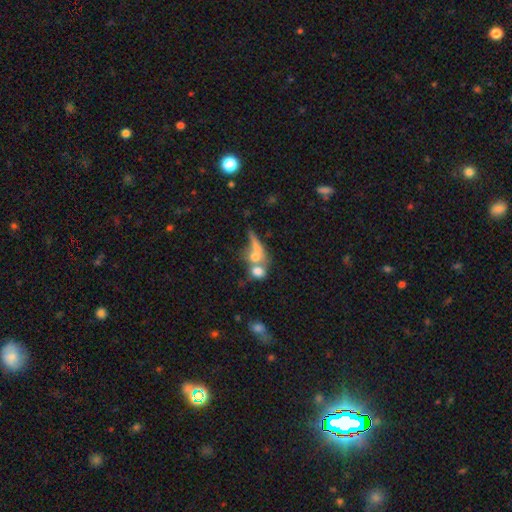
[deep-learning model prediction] Smooth or featured? Predicted: smooth (p=0.57). How rounded? Predicted: in between (p=0.41). Merging? Predicted: merger (p=0.54).